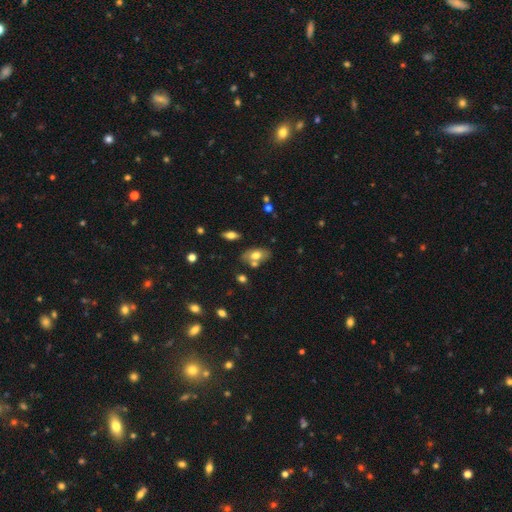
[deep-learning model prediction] smooth-or-featured: smooth: 66% | featured or disk: 25% | star or artifact: 9%
  how-rounded: in between: 88% | round: 9% | cigar-shaped: 3%
  merging: none: 61% | merger: 20% | minor disturbance: 15% | major disturbance: 4%